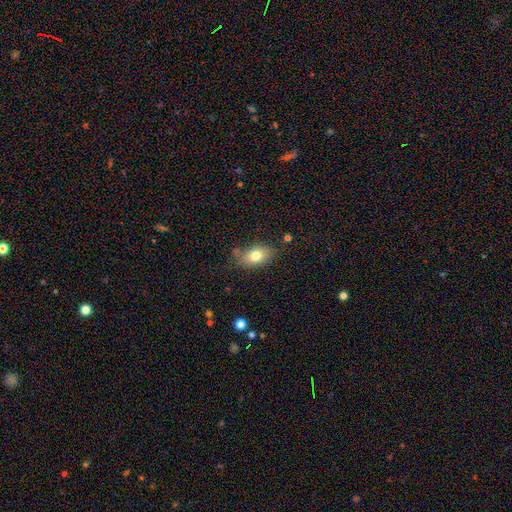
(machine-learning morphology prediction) Smooth or featured? Predicted: smooth (p=0.77). How rounded? Predicted: in between (p=0.85). Merging? Predicted: none (p=0.74).